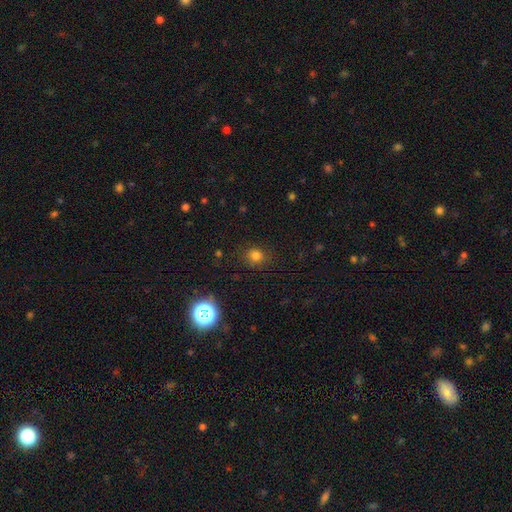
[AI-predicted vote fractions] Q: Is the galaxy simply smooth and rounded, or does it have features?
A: smooth — 78%.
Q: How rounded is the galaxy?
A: round — 83%.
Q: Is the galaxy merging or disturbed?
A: none — 85%.